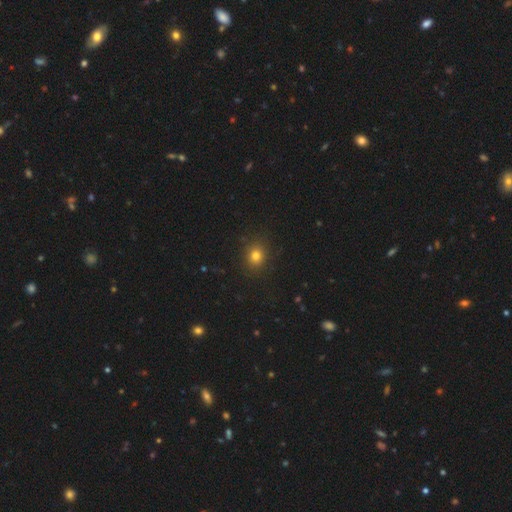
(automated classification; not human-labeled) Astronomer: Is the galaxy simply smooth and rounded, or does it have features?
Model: smooth — 79%.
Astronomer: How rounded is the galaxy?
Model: round — 73%.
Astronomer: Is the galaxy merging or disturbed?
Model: none — 88%.